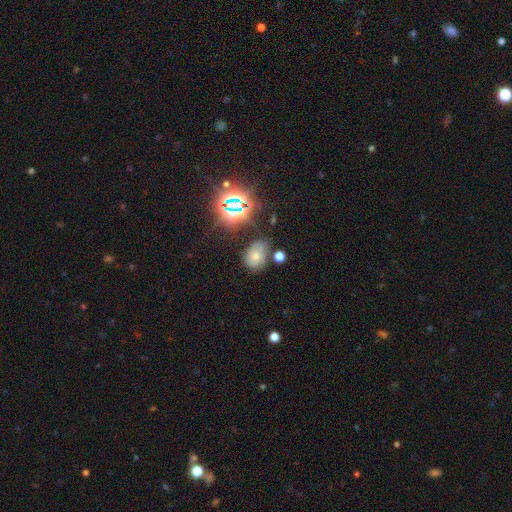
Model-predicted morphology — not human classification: smooth_or_featured: smooth (p=0.47) [alt: star or artifact p=0.28]
merging: none (p=0.57) [alt: minor disturbance p=0.27]